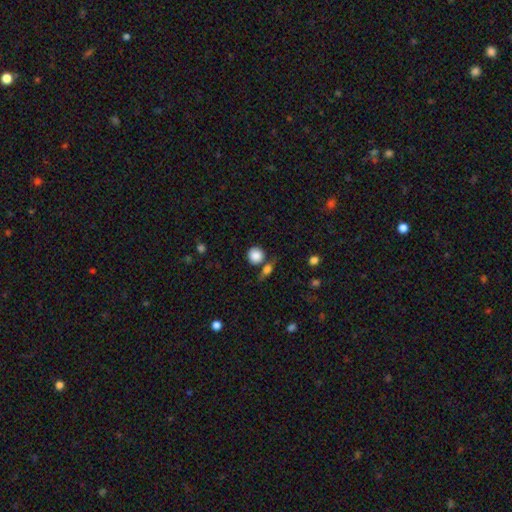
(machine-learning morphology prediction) smooth 86%, star or artifact 8%, featured or disk 6%. Down the decision tree: how rounded — round (90%); merging — none (69%).